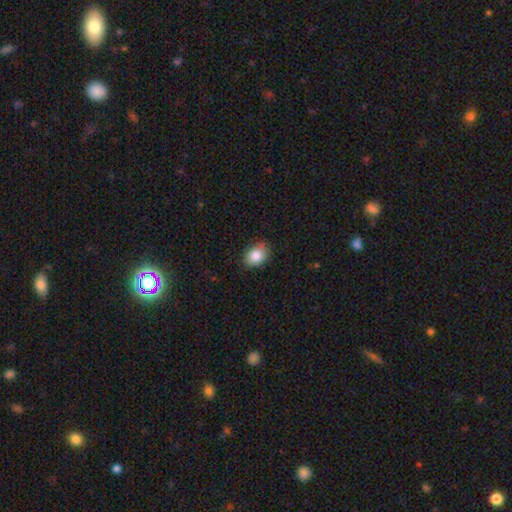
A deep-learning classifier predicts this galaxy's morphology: smooth 86%, star or artifact 8%, featured or disk 7%. Down the decision tree: how rounded — in between (72%); merging — none (82%).